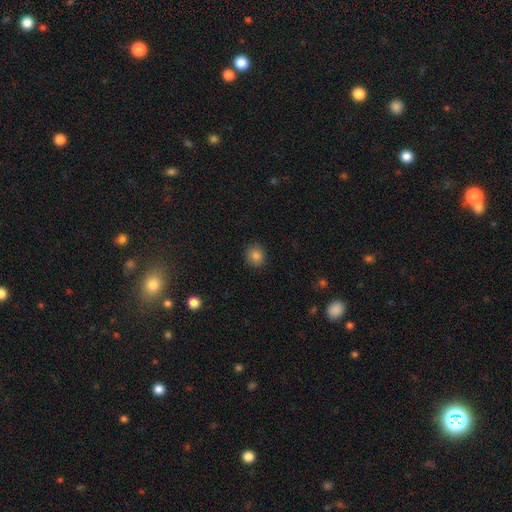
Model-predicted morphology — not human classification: This appears to be a smooth galaxy with no disk features (84%) that is round (84%). Merging: none (89%).